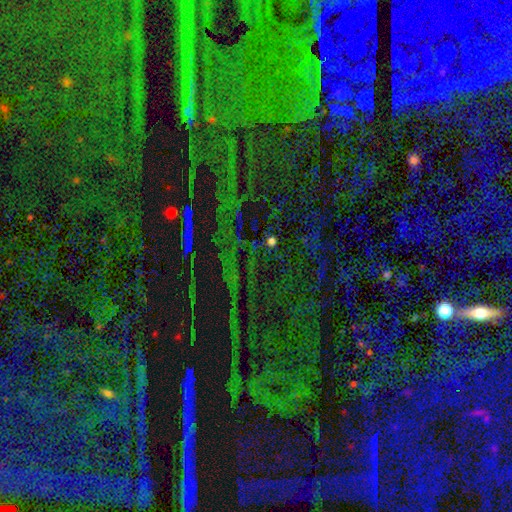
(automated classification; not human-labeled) A star or artifact, not a galaxy (81%).